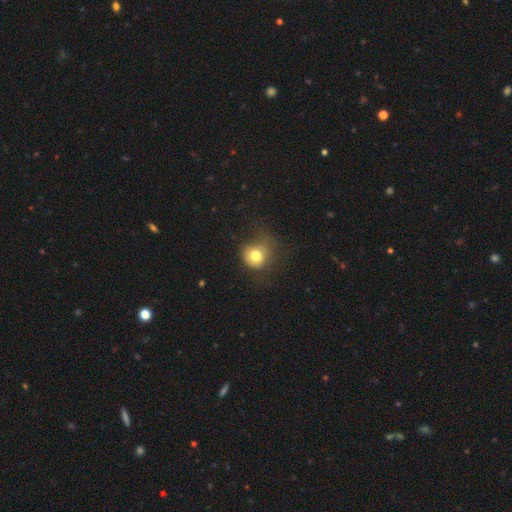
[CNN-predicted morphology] A smooth galaxy with no disk features (75%) that is round (81%).

Vote fractions:
- Smooth or featured? smooth: 75% / featured or disk: 13% / star or artifact: 12%
- How rounded? round: 81% / in between: 18% / cigar-shaped: 1%
- Merging? none: 48% / minor disturbance: 30% / major disturbance: 21% / merger: 2%